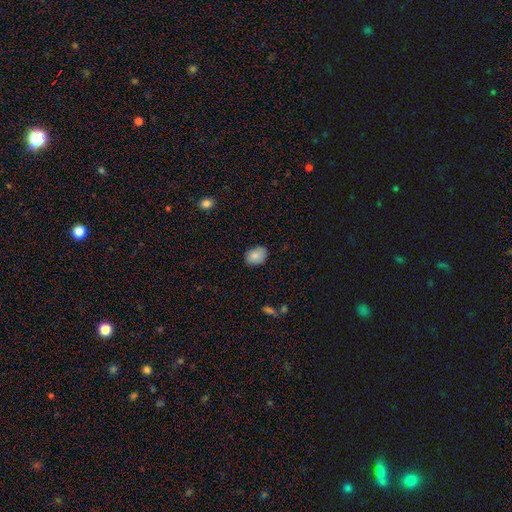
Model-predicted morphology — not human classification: Smooth or featured? Predicted: smooth (p=0.85). How rounded? Predicted: in between (p=0.71). Merging? Predicted: none (p=0.77).